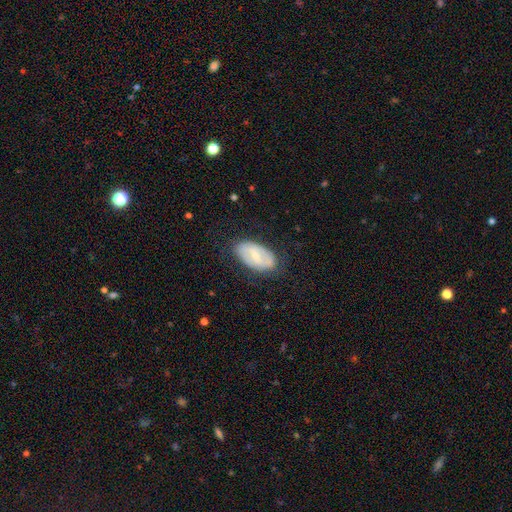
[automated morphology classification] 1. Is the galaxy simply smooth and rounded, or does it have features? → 50% featured or disk, 43% smooth, 7% star or artifact.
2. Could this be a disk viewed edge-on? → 92% no, 8% yes.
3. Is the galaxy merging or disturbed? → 74% none, 19% minor disturbance, 5% major disturbance, 1% merger.